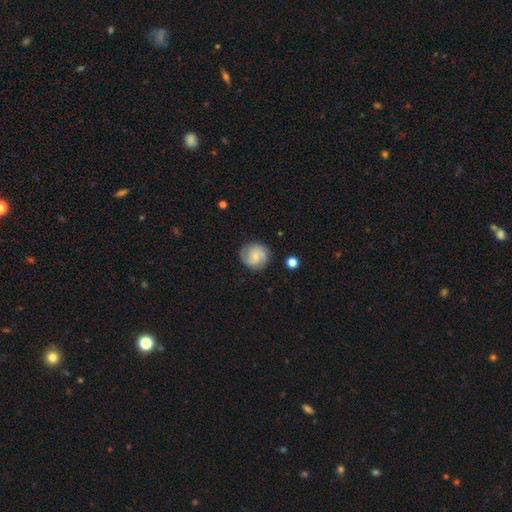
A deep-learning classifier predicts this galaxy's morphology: A featured or disk galaxy (60%) with no bar (54%), 2 (62%) tight (46%) spiral arms (90%) and a small central bulge (66%). Merging: none (79%).